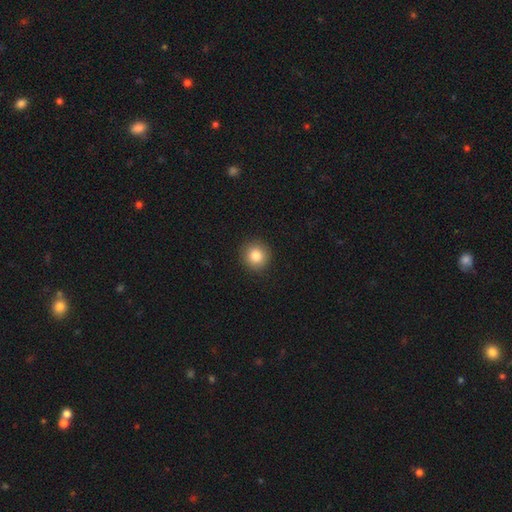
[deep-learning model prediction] Smooth or featured: smooth — 83% (star or artifact — 10%)
How rounded: round — 92% (in between — 7%)
Merging: none — 92% (minor disturbance — 5%)